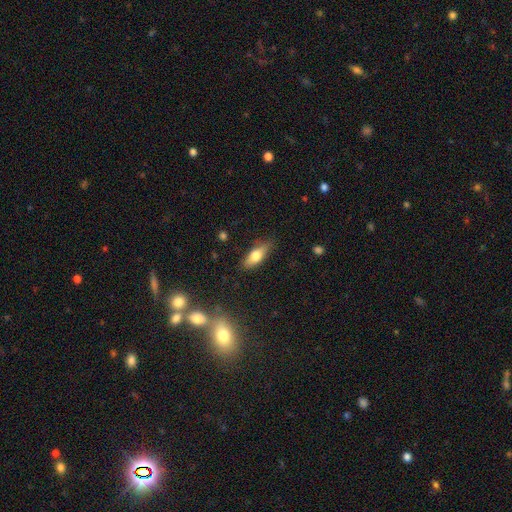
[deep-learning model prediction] Q: Smooth or featured?
A: smooth (66%); runner-up: featured or disk (26%)
Q: How rounded?
A: in between (65%); runner-up: cigar-shaped (32%)
Q: Merging?
A: none (82%); runner-up: minor disturbance (13%)